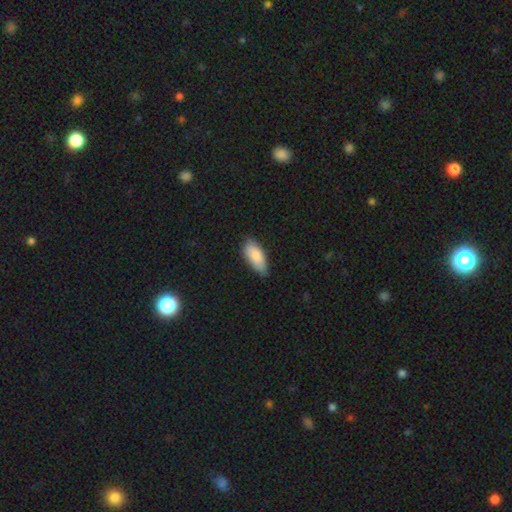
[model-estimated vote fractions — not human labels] Q: Smooth or featured?
A: smooth (85%); runner-up: featured or disk (9%)
Q: How rounded?
A: in between (85%); runner-up: cigar-shaped (13%)
Q: Merging?
A: none (75%); runner-up: minor disturbance (21%)